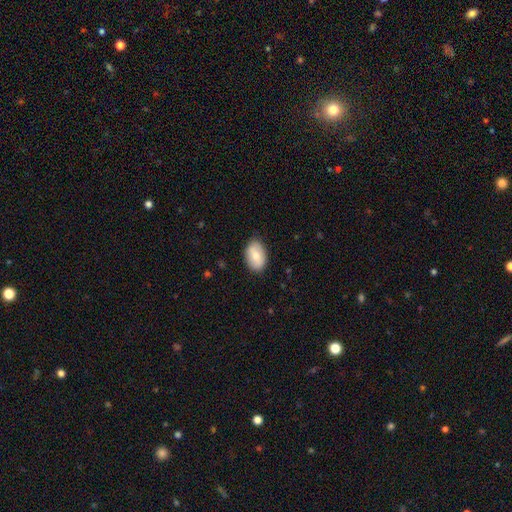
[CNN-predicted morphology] The model was most divided on "smooth or featured": smooth: 77%, featured or disk: 16%, star or artifact: 6%. More confident: how rounded — in between (89%); merging — none (85%).